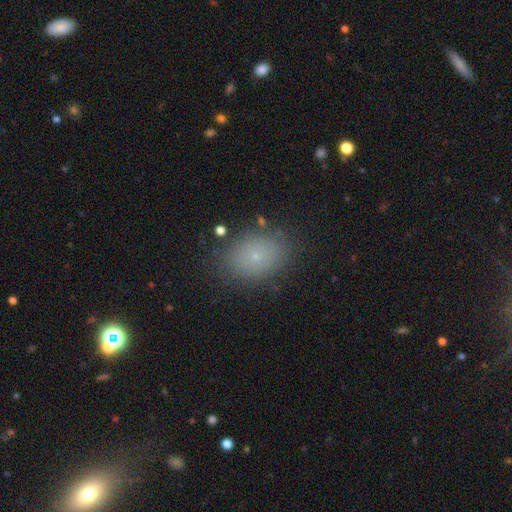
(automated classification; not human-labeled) The model was most divided on "how rounded": in between: 73%, round: 26%, cigar-shaped: 1%. More confident: merging — none (84%); smooth or featured — smooth (73%).